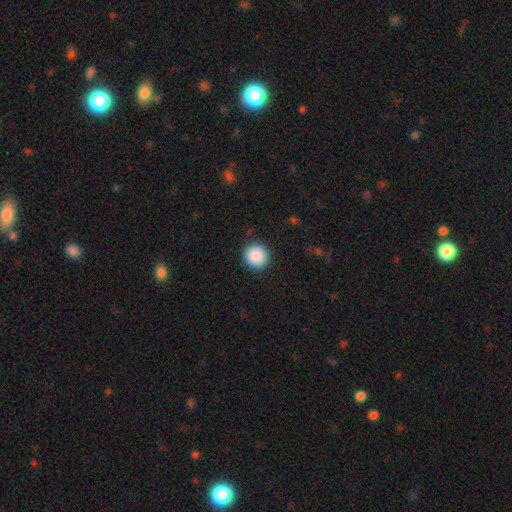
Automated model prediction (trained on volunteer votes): smooth_or_featured: smooth (p=0.89) [alt: star or artifact p=0.08]
how_rounded: round (p=0.94) [alt: in between p=0.05]
merging: none (p=0.91) [alt: minor disturbance p=0.06]